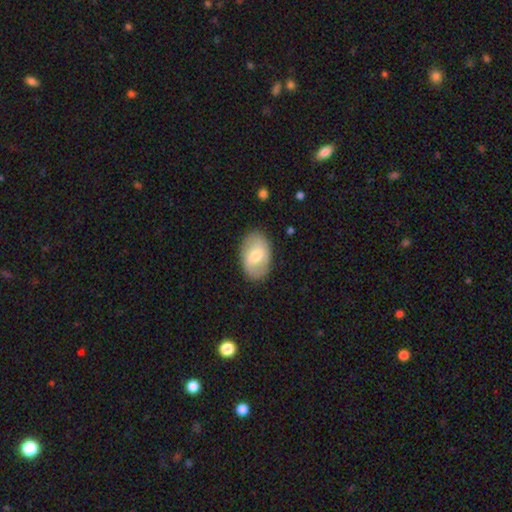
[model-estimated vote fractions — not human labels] Overall: smooth (62%; featured or disk 32%). How rounded: in between (88%). Merging: none (85%).